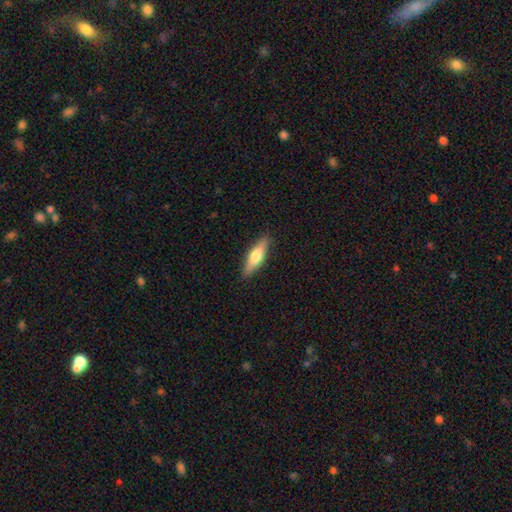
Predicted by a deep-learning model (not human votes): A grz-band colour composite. It shows a smooth galaxy with no disk features (54%) that is cigar-shaped (63%). Merging: none (89%).